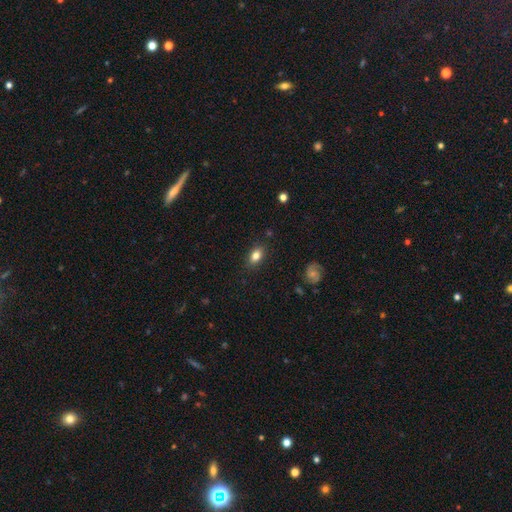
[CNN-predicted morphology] A smooth galaxy with no disk features (80%) that is in between round and cigar-shaped (84%).

Vote fractions:
- Smooth or featured? smooth: 80% / featured or disk: 11% / star or artifact: 9%
- How rounded? in between: 84% / round: 13% / cigar-shaped: 3%
- Merging? none: 85% / minor disturbance: 11% / major disturbance: 3% / merger: 1%